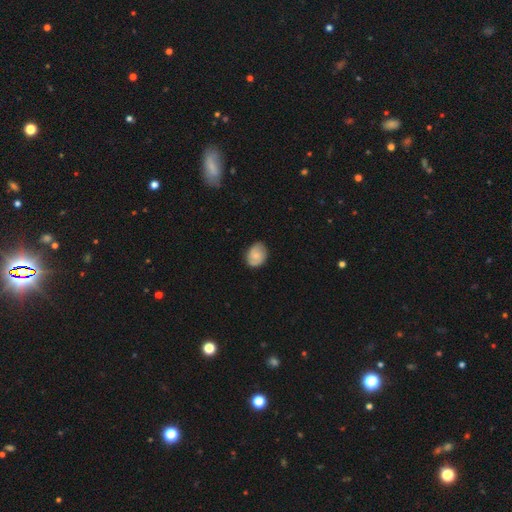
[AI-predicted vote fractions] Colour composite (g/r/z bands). It shows a smooth galaxy with no disk features (65%) that is in between round and cigar-shaped (58%). Merging: none (77%).